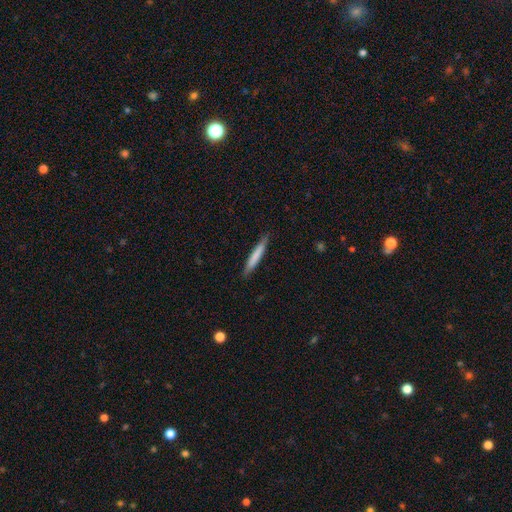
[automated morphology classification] Smooth or featured? Predicted: smooth (p=0.75). How rounded? Predicted: cigar-shaped (p=0.95). Merging? Predicted: none (p=0.88).